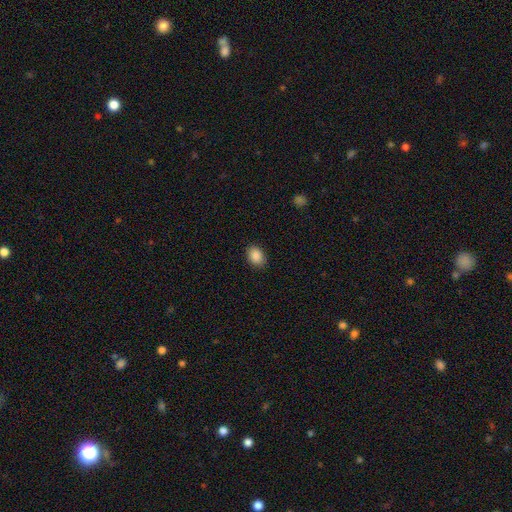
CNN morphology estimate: Smooth or featured? smooth (89%)
How rounded? in between (71%)
Merging? none (87%)